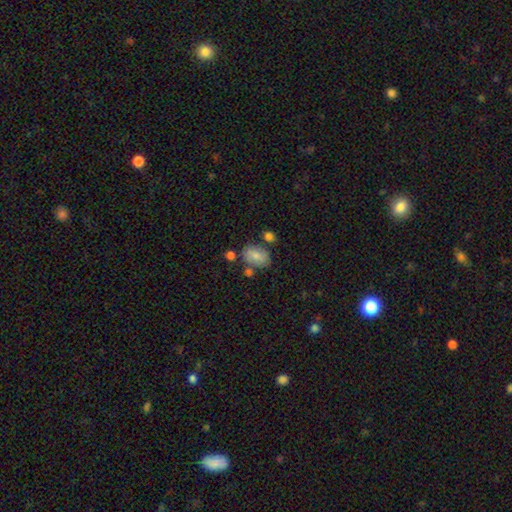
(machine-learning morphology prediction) smooth_or_featured: smooth (p=0.77) [alt: featured or disk p=0.15]
how_rounded: in between (p=0.79) [alt: round p=0.19]
merging: none (p=0.65) [alt: minor disturbance p=0.18]